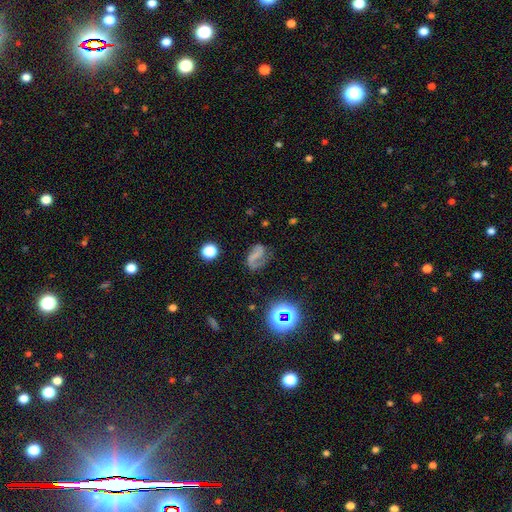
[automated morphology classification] This appears to be a featured or disk galaxy (65%) with a strong bar (41%), 2 (71%) loose (53%) spiral arms (89%) and no central bulge (71%). Merging: none (62%).